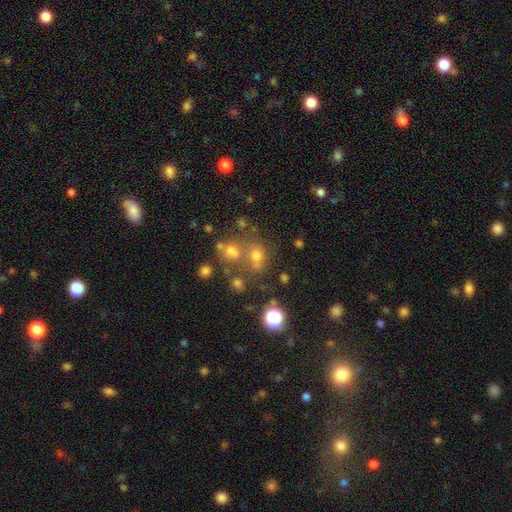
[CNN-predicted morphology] smooth_or_featured: smooth (p=0.56) [alt: star or artifact p=0.30]
how_rounded: round (p=0.65) [alt: in between p=0.33]
merging: none (p=0.51) [alt: merger p=0.33]